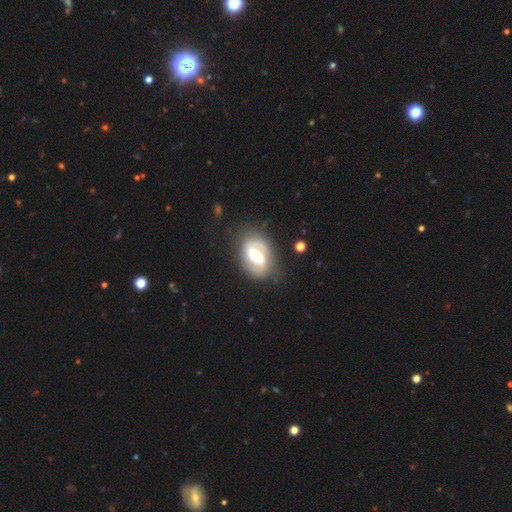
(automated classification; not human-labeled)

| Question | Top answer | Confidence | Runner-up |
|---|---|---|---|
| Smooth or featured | featured or disk | 80% | smooth (15%) |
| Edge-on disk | no | 97% | yes (3%) |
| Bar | weak | 42% | strong (30%) |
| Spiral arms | yes | 87% | no (13%) |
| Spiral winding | medium | 45% | tight (34%) |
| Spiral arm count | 2 | 83% | can't tell (8%) |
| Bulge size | moderate | 67% | small (19%) |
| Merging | none | 72% | minor disturbance (17%) |